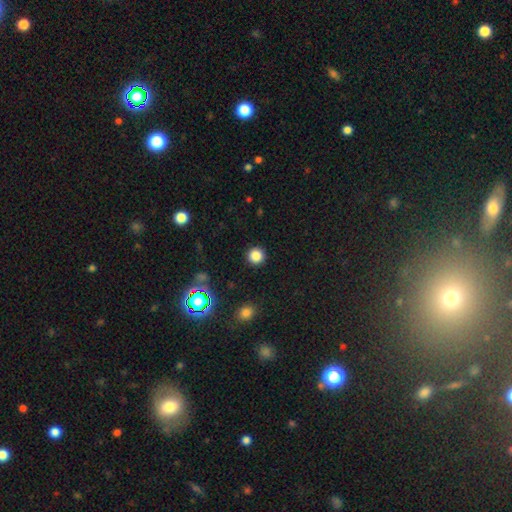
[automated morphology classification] The model was most divided on "smooth or featured": smooth: 82%, star or artifact: 14%, featured or disk: 4%. More confident: how rounded — round (95%); merging — none (92%).